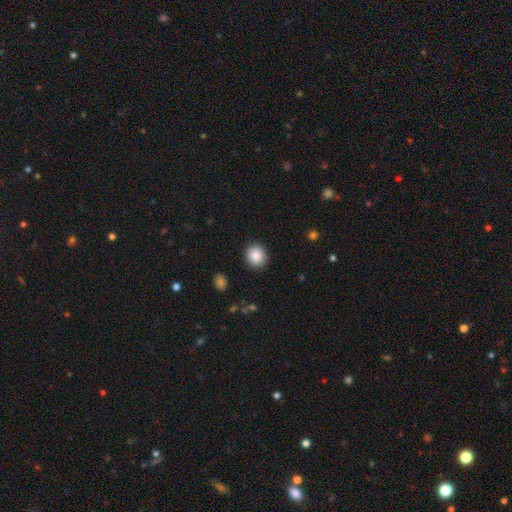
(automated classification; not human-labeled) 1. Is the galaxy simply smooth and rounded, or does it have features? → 89% smooth, 8% star or artifact, 4% featured or disk.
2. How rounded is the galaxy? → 77% round, 22% in between, 1% cigar-shaped.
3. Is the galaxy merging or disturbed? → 90% none, 6% minor disturbance, 2% major disturbance, 1% merger.